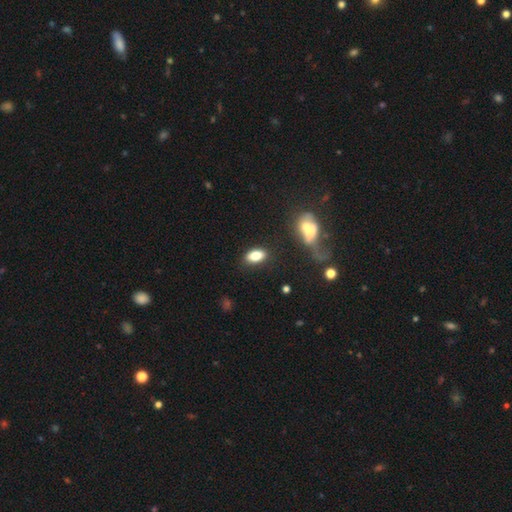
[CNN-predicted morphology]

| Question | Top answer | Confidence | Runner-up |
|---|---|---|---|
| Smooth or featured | smooth | 82% | featured or disk (9%) |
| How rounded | in between | 90% | round (6%) |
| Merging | none | 82% | minor disturbance (11%) |